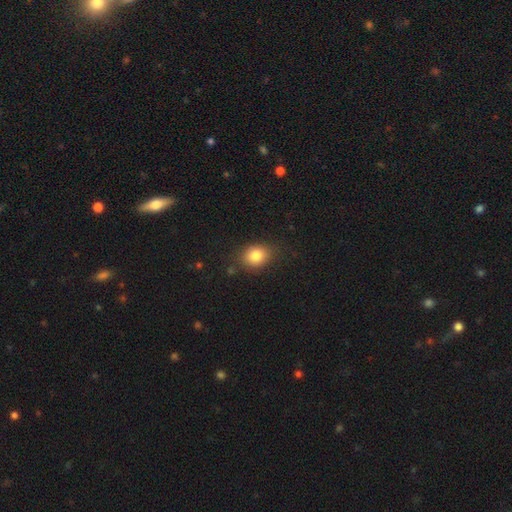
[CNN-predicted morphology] Smooth or featured?
  - smooth: 82% *
  - star or artifact: 10%
  - featured or disk: 8%
How rounded?
  - round: 53% *
  - in between: 46%
  - cigar-shaped: 1%
Merging?
  - none: 78% *
  - minor disturbance: 16%
  - major disturbance: 4%
  - merger: 2%